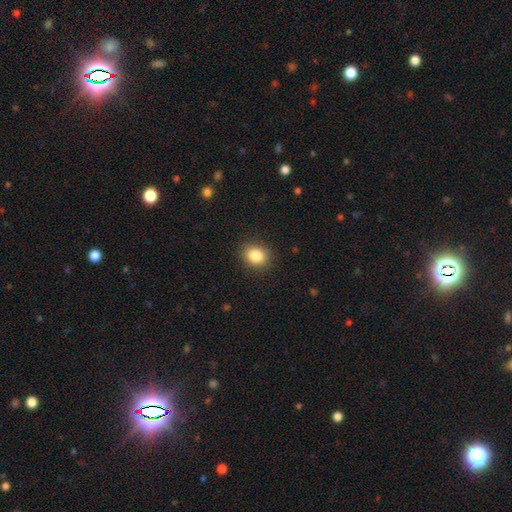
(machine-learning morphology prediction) A smooth galaxy with no disk features (85%) that is round (56%).

Vote fractions:
- Smooth or featured? smooth: 85% / star or artifact: 10% / featured or disk: 5%
- How rounded? round: 56% / in between: 43% / cigar-shaped: 1%
- Merging? none: 87% / minor disturbance: 10% / major disturbance: 3% / merger: 1%